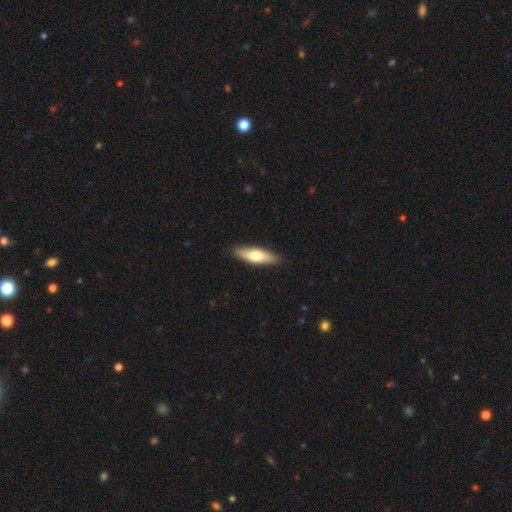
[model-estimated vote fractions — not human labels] Smooth or featured? Predicted: smooth (p=0.63). How rounded? Predicted: cigar-shaped (p=0.53). Merging? Predicted: none (p=0.88).